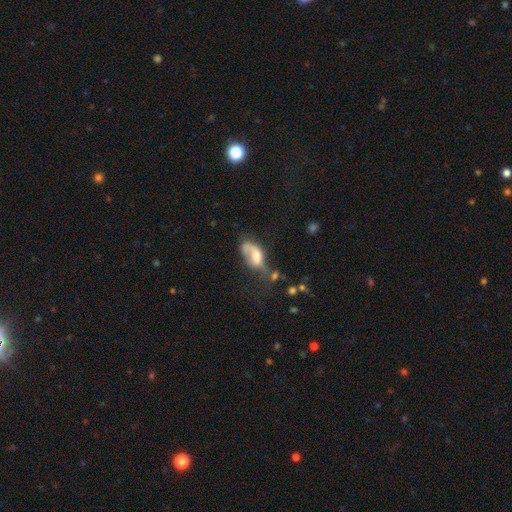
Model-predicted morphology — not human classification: smooth_or_featured: smooth (p=0.50) [alt: featured or disk p=0.41]
merging: major disturbance (p=0.35) [alt: none p=0.24]